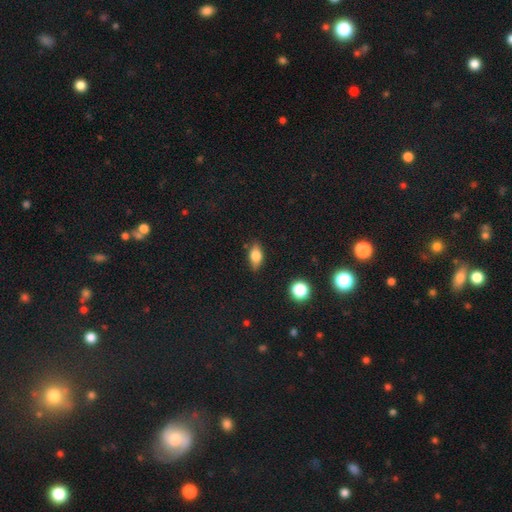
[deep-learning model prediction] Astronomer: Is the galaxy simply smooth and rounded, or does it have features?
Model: smooth — 71%.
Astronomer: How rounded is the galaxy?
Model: in between — 81%.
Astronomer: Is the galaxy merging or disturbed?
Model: none — 82%.